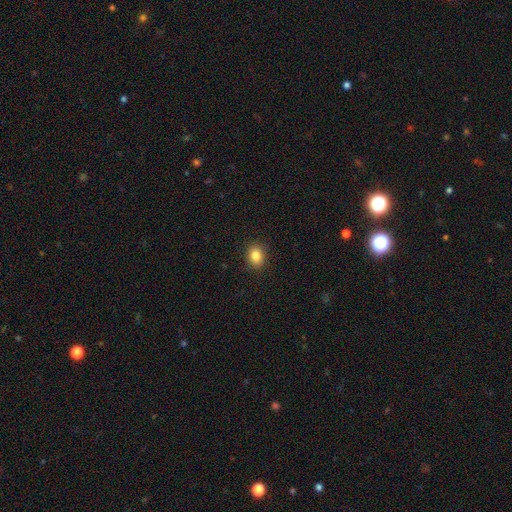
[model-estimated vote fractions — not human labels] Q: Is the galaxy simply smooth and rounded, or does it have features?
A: smooth — 85%.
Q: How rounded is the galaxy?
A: in between — 57%.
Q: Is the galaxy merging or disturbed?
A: none — 89%.